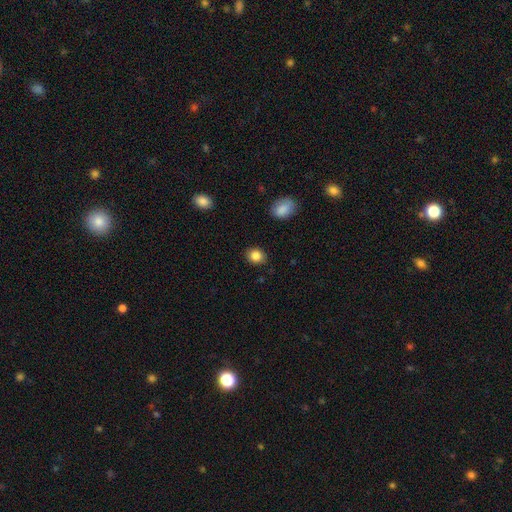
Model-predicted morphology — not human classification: Q: Smooth or featured?
A: smooth (85%); runner-up: star or artifact (9%)
Q: How rounded?
A: round (52%); runner-up: in between (47%)
Q: Merging?
A: none (87%); runner-up: minor disturbance (9%)